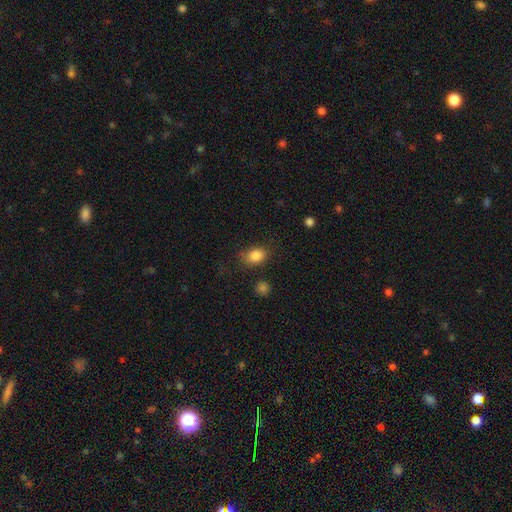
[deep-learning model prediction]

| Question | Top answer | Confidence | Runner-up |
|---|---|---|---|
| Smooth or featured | smooth | 85% | star or artifact (9%) |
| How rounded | in between | 65% | round (33%) |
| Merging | none | 72% | minor disturbance (20%) |